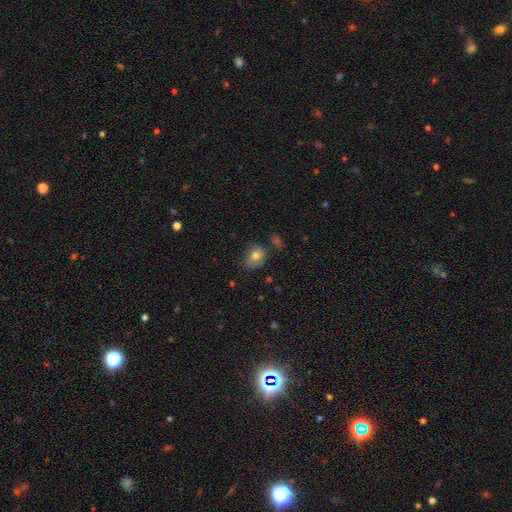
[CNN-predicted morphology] The model was most divided on "how rounded": in between: 53%, round: 46%, cigar-shaped: 1%. More confident: smooth or featured — smooth (76%); merging — none (62%).